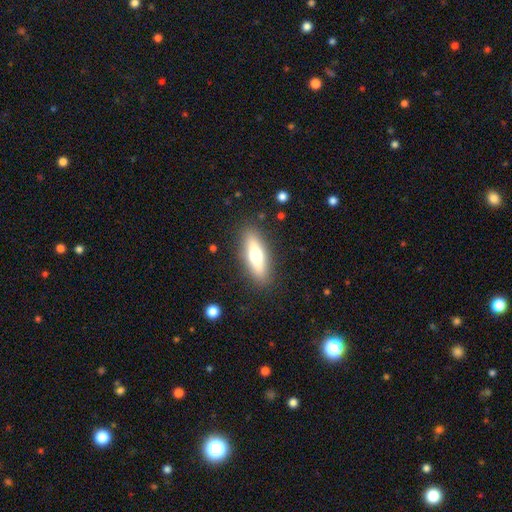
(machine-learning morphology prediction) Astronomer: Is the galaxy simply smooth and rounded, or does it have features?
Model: smooth — 53% (runner-up: featured or disk, 40%).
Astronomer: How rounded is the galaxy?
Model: cigar-shaped — 49% (runner-up: in between, 48%).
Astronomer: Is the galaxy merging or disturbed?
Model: none — 87%.